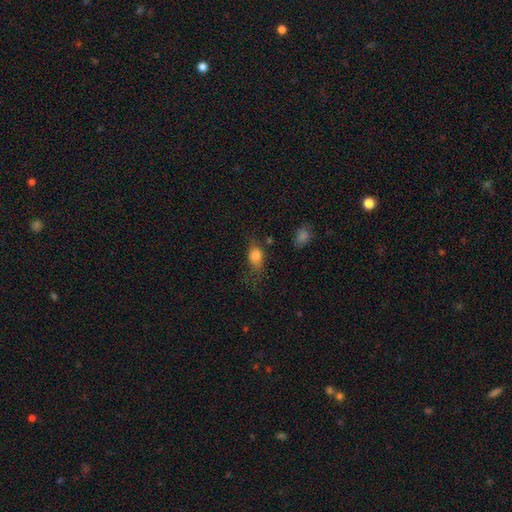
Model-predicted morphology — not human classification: Smooth or featured: smooth — 79% (featured or disk — 11%)
How rounded: in between — 66% (round — 29%)
Merging: none — 51% (minor disturbance — 29%)